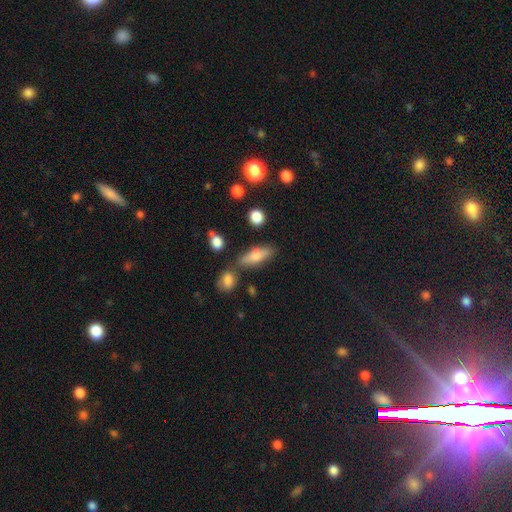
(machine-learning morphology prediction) Q: Smooth or featured?
A: smooth (66%); runner-up: featured or disk (25%)
Q: How rounded?
A: in between (57%); runner-up: cigar-shaped (39%)
Q: Merging?
A: none (70%); runner-up: minor disturbance (16%)